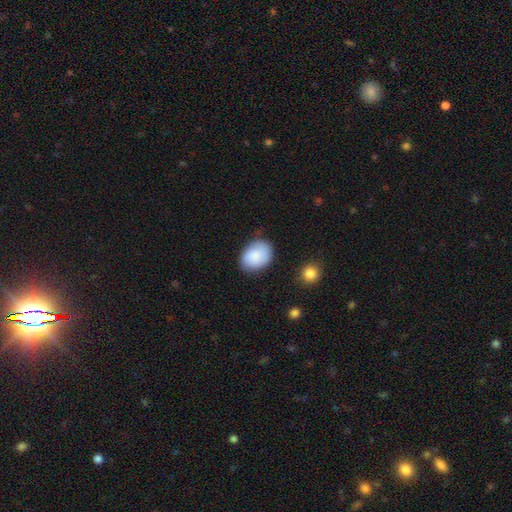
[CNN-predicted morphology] type=smooth (84%); roundness=in between (67%); merging=none (75%).